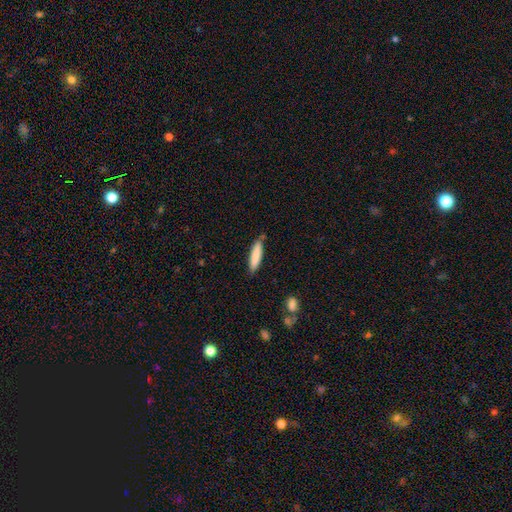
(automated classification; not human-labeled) Smooth or featured?
  - smooth: 83% *
  - featured or disk: 11%
  - star or artifact: 6%
How rounded?
  - cigar-shaped: 79% *
  - in between: 20%
  - round: 1%
Merging?
  - none: 82% *
  - minor disturbance: 13%
  - merger: 3%
  - major disturbance: 2%